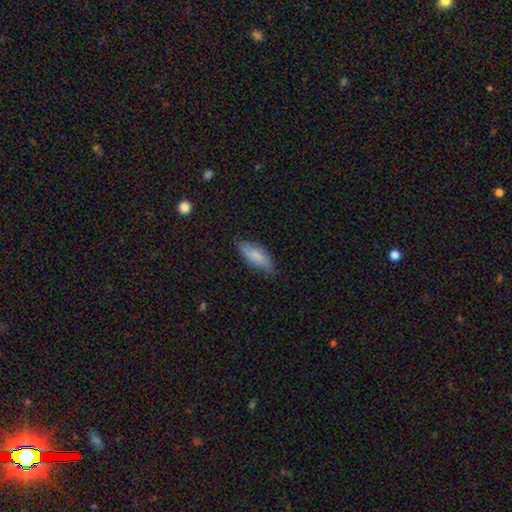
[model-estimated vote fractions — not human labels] A smooth galaxy with no disk features (79%) that is in between round and cigar-shaped (69%).

Vote fractions:
- Smooth or featured? smooth: 79% / featured or disk: 15% / star or artifact: 6%
- How rounded? in between: 69% / cigar-shaped: 29% / round: 2%
- Merging? none: 74% / minor disturbance: 21% / major disturbance: 4% / merger: 1%